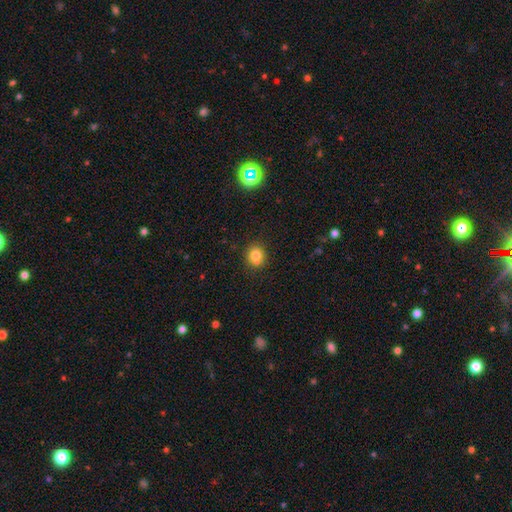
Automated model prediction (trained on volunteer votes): A smooth galaxy with no disk features (80%) that is round (78%). Merging: none (77%).